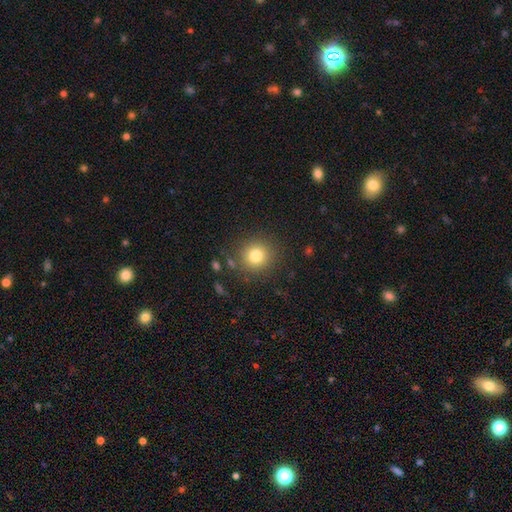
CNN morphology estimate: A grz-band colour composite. It shows a smooth galaxy with no disk features (80%) that is round (91%). Merging: none (86%).